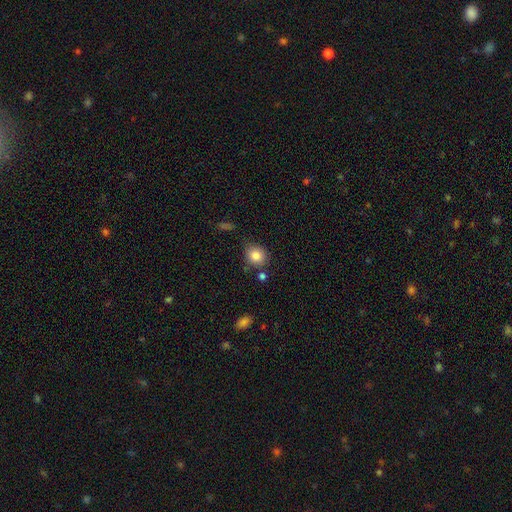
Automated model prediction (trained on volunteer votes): This is clearly a smooth galaxy (84%). How rounded: likely round (75%). Merging: likely none (73%).